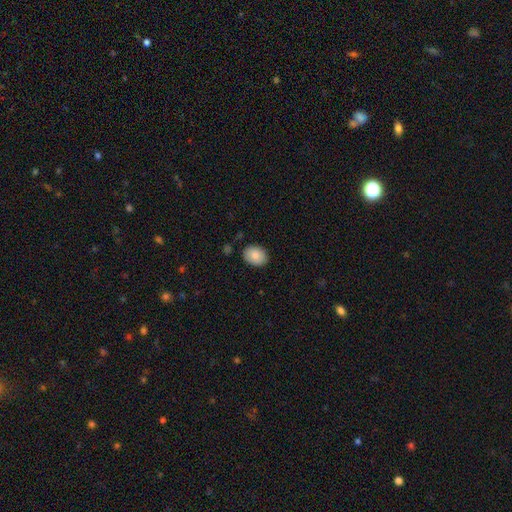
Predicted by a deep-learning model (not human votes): Smooth or featured?
  - smooth: 86% *
  - featured or disk: 7%
  - star or artifact: 7%
How rounded?
  - in between: 71% *
  - round: 28%
  - cigar-shaped: 1%
Merging?
  - none: 86% *
  - minor disturbance: 10%
  - major disturbance: 2%
  - merger: 2%